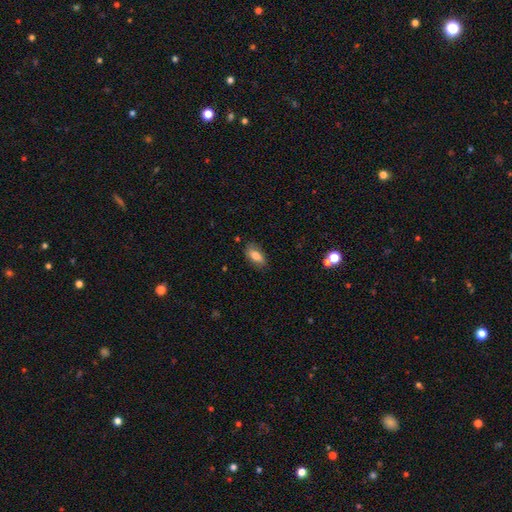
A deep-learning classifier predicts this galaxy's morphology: smooth_or_featured: smooth (p=0.79) [alt: featured or disk p=0.13]
how_rounded: in between (p=0.87) [alt: cigar-shaped p=0.09]
merging: none (p=0.79) [alt: minor disturbance p=0.16]